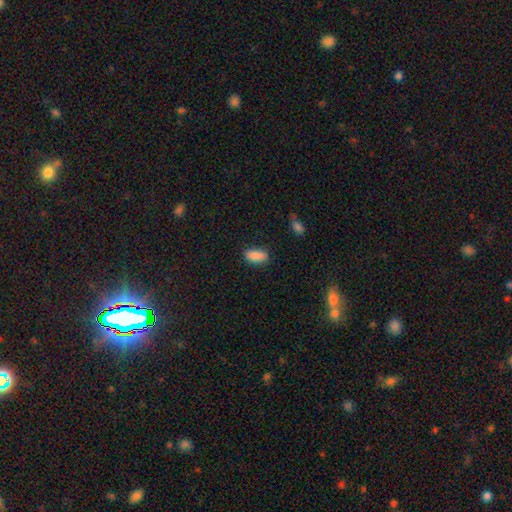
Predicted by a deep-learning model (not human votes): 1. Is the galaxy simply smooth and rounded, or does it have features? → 88% smooth, 8% star or artifact, 4% featured or disk.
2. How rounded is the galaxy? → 88% in between, 9% cigar-shaped, 3% round.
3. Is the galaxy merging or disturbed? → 83% none, 12% minor disturbance, 3% major disturbance, 2% merger.